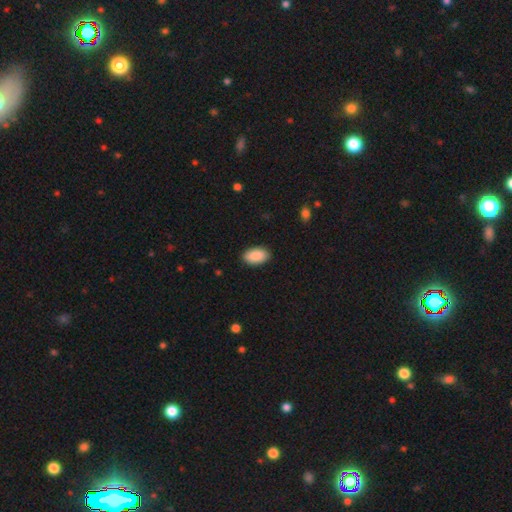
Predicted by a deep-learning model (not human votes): A smooth galaxy with no disk features (90%) that is in between round and cigar-shaped (95%).

Vote fractions:
- Smooth or featured? smooth: 90% / star or artifact: 6% / featured or disk: 4%
- How rounded? in between: 95% / round: 4% / cigar-shaped: 2%
- Merging? none: 89% / minor disturbance: 8% / major disturbance: 2% / merger: 1%